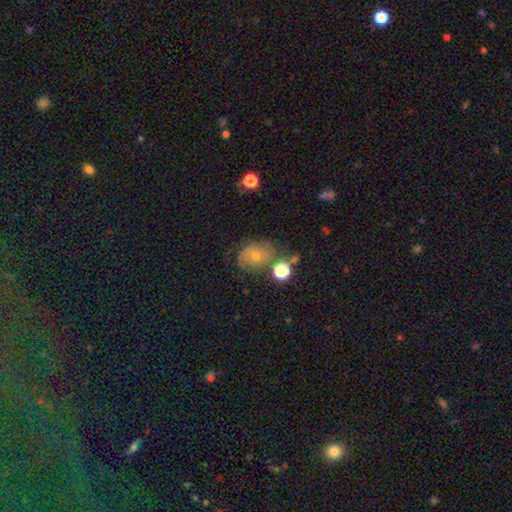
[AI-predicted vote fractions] Smooth or featured: smooth — 44% (featured or disk — 42%)
Merging: none — 57% (minor disturbance — 23%)